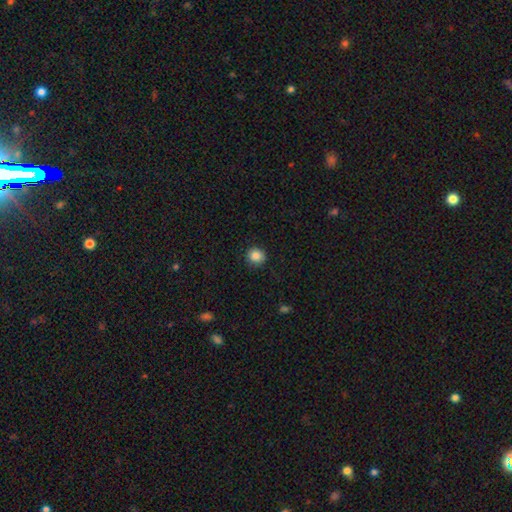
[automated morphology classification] Smooth or featured? Predicted: smooth (p=0.87). How rounded? Predicted: round (p=0.91). Merging? Predicted: none (p=0.90).